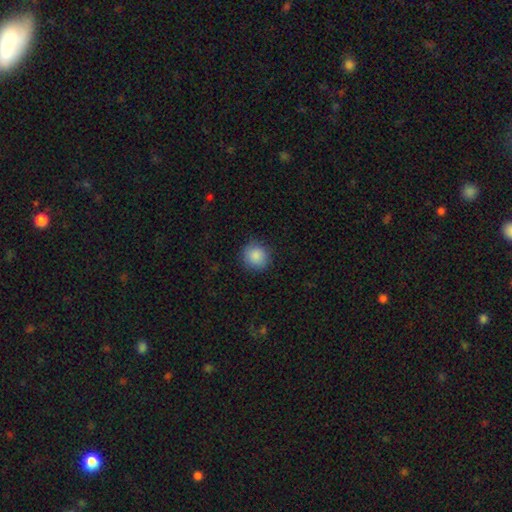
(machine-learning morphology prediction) type=smooth (88%); roundness=round (91%); merging=none (88%).